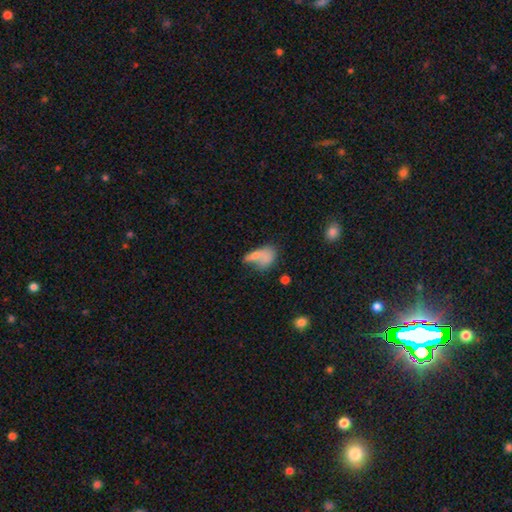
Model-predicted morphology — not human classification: Smooth or featured? smooth (67%)
How rounded? in between (77%)
Merging? merger (36%)